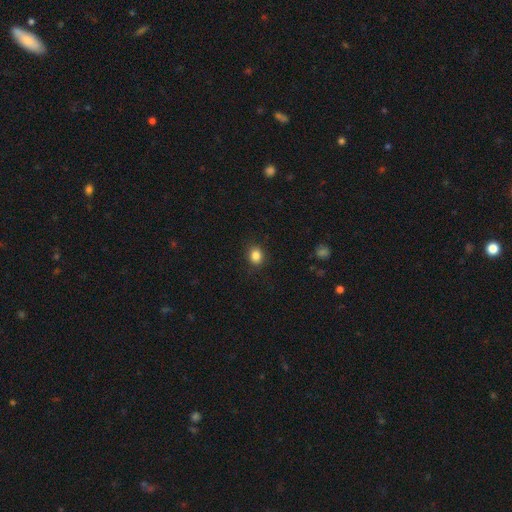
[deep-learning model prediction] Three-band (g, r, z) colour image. It shows a smooth galaxy with no disk features (85%) that is round (64%). Merging: none (88%).